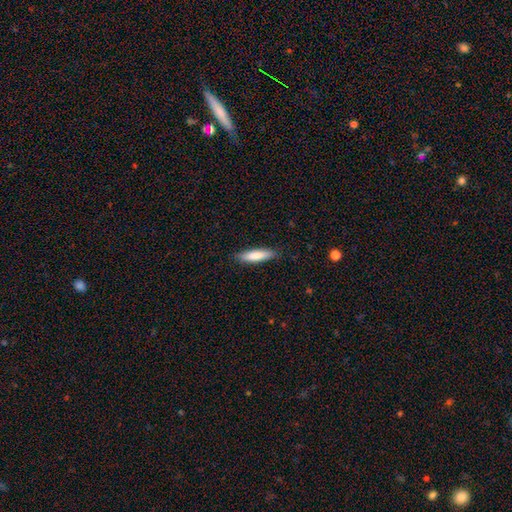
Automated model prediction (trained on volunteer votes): smooth-or-featured: smooth: 82% | featured or disk: 13% | star or artifact: 5%
  how-rounded: cigar-shaped: 72% | in between: 27% | round: 1%
  merging: none: 87% | minor disturbance: 10% | major disturbance: 2% | merger: 1%